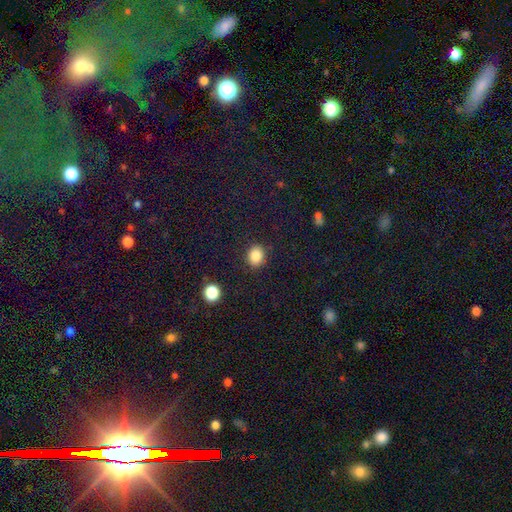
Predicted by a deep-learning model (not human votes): This appears to be a smooth galaxy with no disk features (85%) that is round (60%). Merging: none (88%).